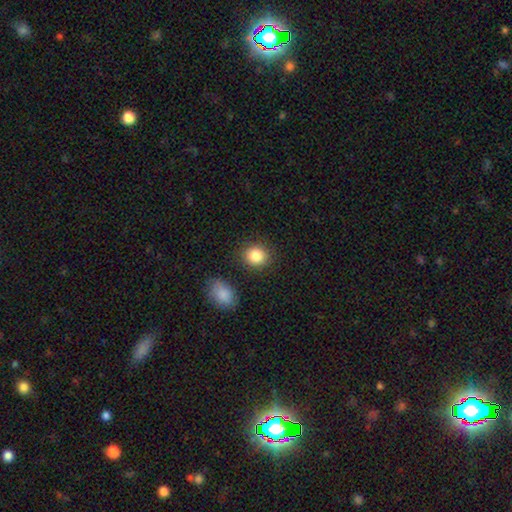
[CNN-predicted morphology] This appears to be a smooth galaxy with no disk features (85%) that is round (75%). Merging: none (85%).